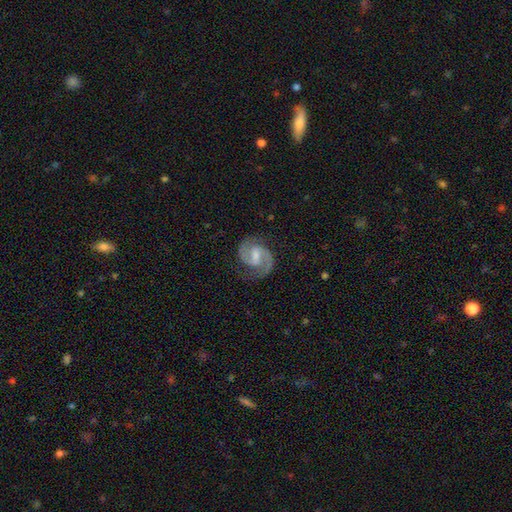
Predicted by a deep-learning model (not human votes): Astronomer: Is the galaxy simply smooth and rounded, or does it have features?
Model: featured or disk — 91%.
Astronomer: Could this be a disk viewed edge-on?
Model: no — 98%.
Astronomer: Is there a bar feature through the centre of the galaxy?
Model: weak — 58%.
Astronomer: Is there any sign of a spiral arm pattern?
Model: yes — 98%.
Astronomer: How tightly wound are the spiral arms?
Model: medium — 61%.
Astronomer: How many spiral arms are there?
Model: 2 — 93%.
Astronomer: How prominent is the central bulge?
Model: small — 40% (runner-up: moderate, 38%).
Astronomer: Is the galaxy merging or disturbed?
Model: none — 78%.